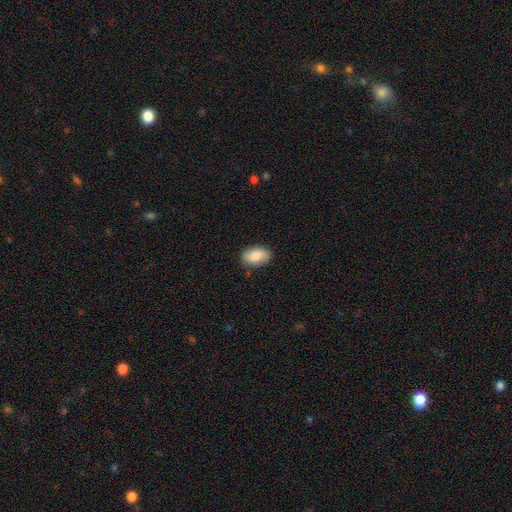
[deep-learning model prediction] smooth-or-featured: smooth: 81% | featured or disk: 12% | star or artifact: 7%
  how-rounded: in between: 89% | round: 9% | cigar-shaped: 2%
  merging: none: 83% | minor disturbance: 13% | major disturbance: 3% | merger: 1%